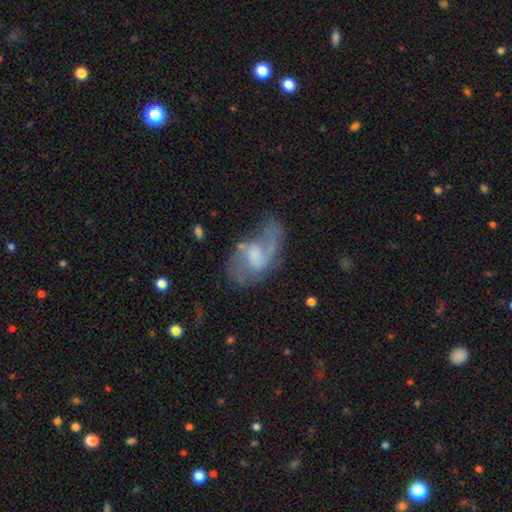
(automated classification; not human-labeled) Overall: featured or disk (73%). Edge-on disk: no (96%). Bar: weak (48%; no 42%). Spiral arms: yes (86%). Spiral arm count: 2 (66%). Spiral winding: medium (44%; loose 43%). Bulge size: moderate (32%; none 27%). Merging: none (49%; major disturbance 23%).